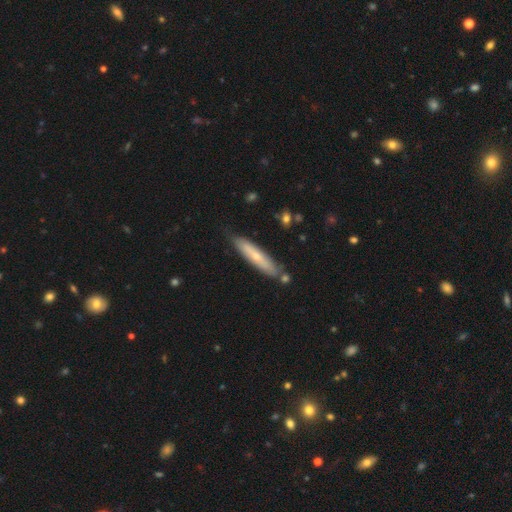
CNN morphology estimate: Smooth or featured?
  - smooth: 51% *
  - featured or disk: 43%
  - star or artifact: 6%
How rounded?
  - cigar-shaped: 85% *
  - in between: 14%
  - round: 1%
Merging?
  - none: 76% *
  - minor disturbance: 16%
  - merger: 5%
  - major disturbance: 3%